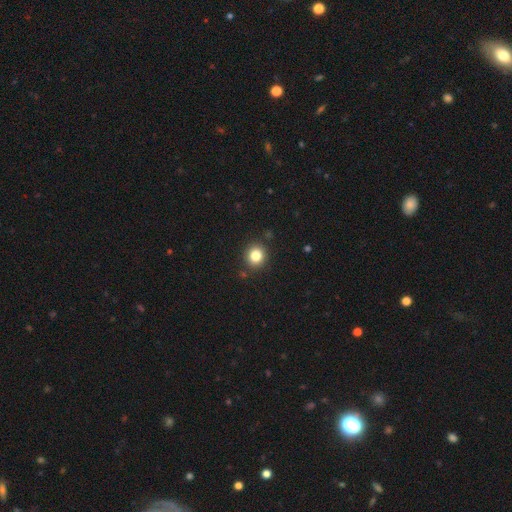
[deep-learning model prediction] A smooth galaxy with no disk features (81%) that is round (88%).

Vote fractions:
- Smooth or featured? smooth: 81% / star or artifact: 12% / featured or disk: 6%
- How rounded? round: 88% / in between: 11% / cigar-shaped: 1%
- Merging? none: 89% / minor disturbance: 7% / major disturbance: 2% / merger: 2%